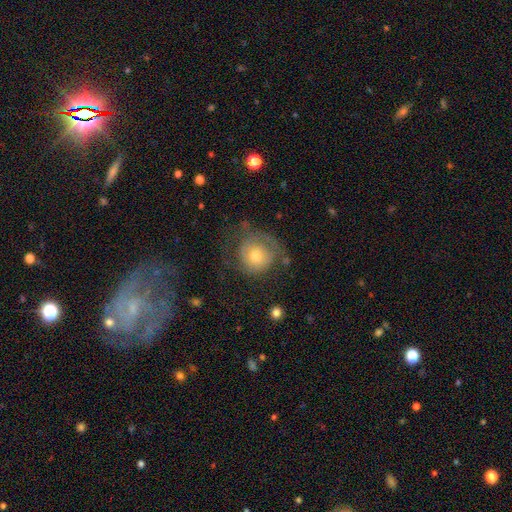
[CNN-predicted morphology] smooth-or-featured: featured or disk: 52% | smooth: 39% | star or artifact: 9%
  disk-edge-on: no: 97% | yes: 3%
    bar: no: 81% | weak: 16% | strong: 3%
    has-spiral-arms: yes: 75% | no: 25%
    bulge-size: moderate: 63% | small: 28% | large: 7% | none: 2% | dominant: 1%
  merging: none: 54% | major disturbance: 23% | minor disturbance: 20% | merger: 2%